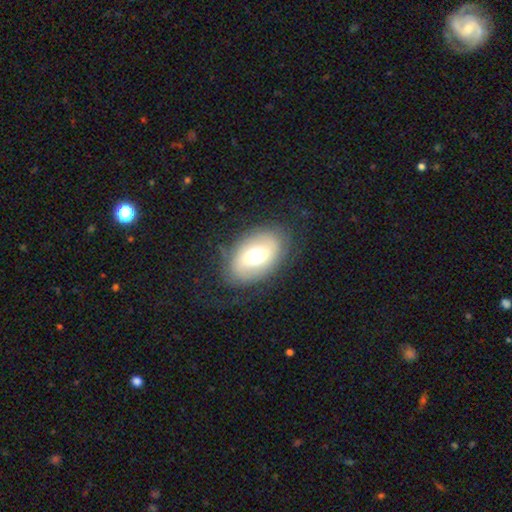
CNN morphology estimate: Smooth or featured?
  - smooth: 51% *
  - featured or disk: 40%
  - star or artifact: 9%
How rounded?
  - in between: 85% *
  - round: 13%
  - cigar-shaped: 1%
Merging?
  - none: 76% *
  - minor disturbance: 15%
  - major disturbance: 8%
  - merger: 1%